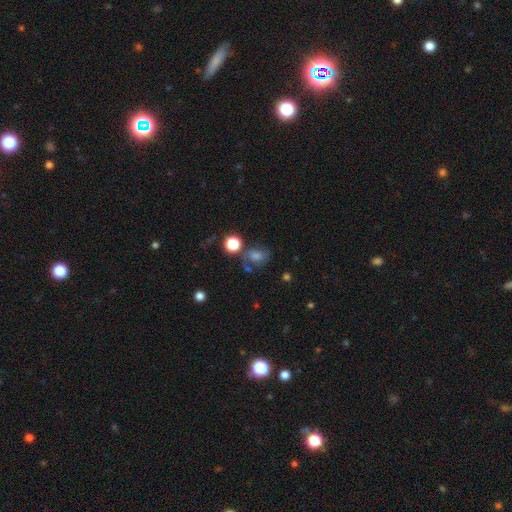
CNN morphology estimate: A smooth galaxy with no disk features (60%) that is in between round and cigar-shaped (50%).

Vote fractions:
- Smooth or featured? smooth: 60% / star or artifact: 21% / featured or disk: 19%
- How rounded? in between: 50% / round: 48% / cigar-shaped: 2%
- Merging? none: 56% / minor disturbance: 19% / merger: 14% / major disturbance: 11%